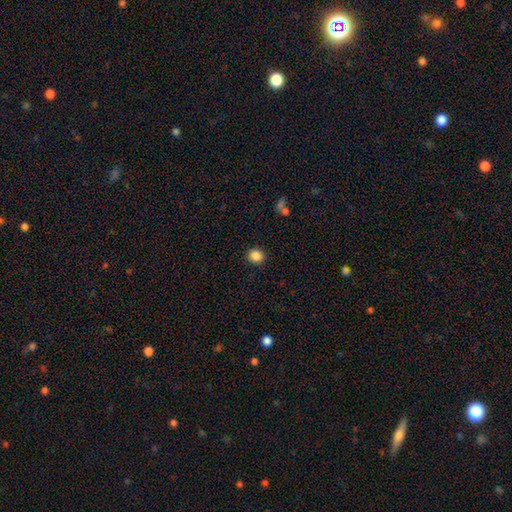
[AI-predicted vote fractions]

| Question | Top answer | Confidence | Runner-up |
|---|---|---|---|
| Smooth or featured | smooth | 87% | star or artifact (10%) |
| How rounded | round | 77% | in between (22%) |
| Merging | none | 90% | minor disturbance (6%) |